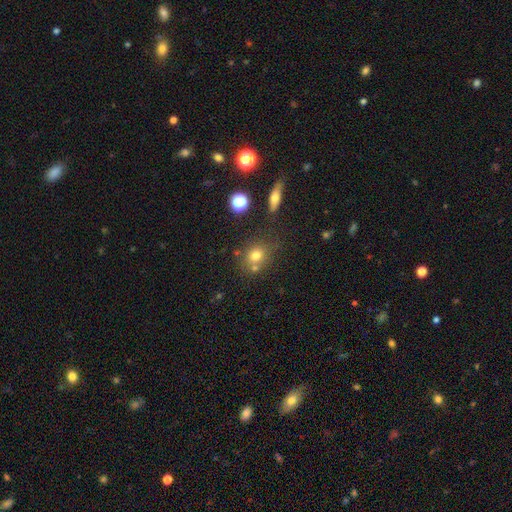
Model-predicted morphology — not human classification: Smooth or featured? smooth (74%)
How rounded? round (73%)
Merging? none (62%)